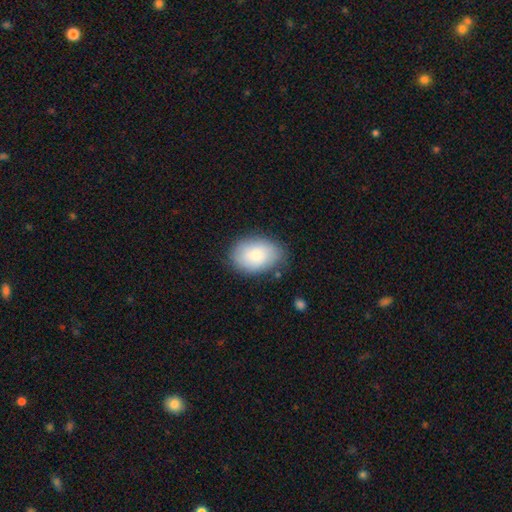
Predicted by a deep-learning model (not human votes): smooth-or-featured: smooth: 80% | featured or disk: 13% | star or artifact: 7%
  how-rounded: in between: 83% | round: 16% | cigar-shaped: 1%
  merging: none: 76% | minor disturbance: 19% | major disturbance: 4% | merger: 2%